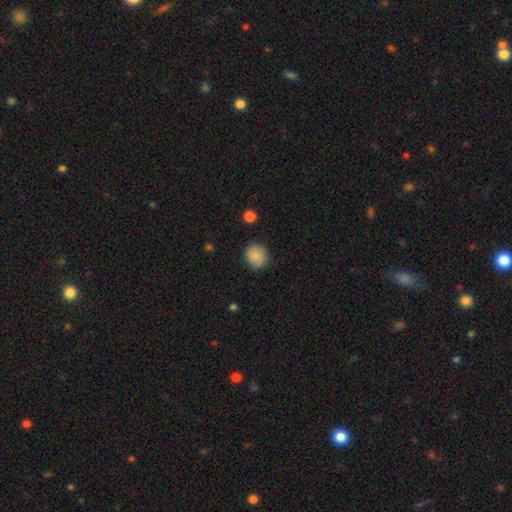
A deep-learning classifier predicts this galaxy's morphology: This is clearly a smooth galaxy (86%). How rounded: clearly round (85%). Merging: clearly none (84%).